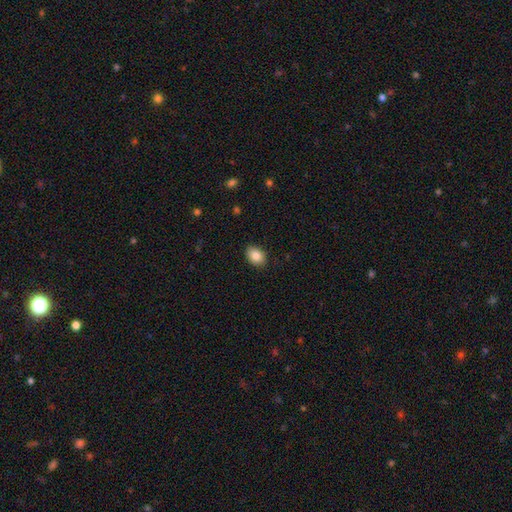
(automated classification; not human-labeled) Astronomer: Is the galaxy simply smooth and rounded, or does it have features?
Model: smooth — 87%.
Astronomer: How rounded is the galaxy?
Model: in between — 78%.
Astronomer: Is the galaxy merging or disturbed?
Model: none — 88%.